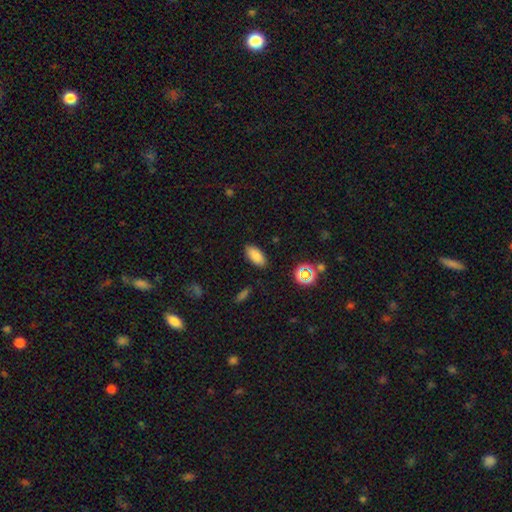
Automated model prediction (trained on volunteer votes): Overall: smooth (85%). How rounded: in between (90%). Merging: none (88%).